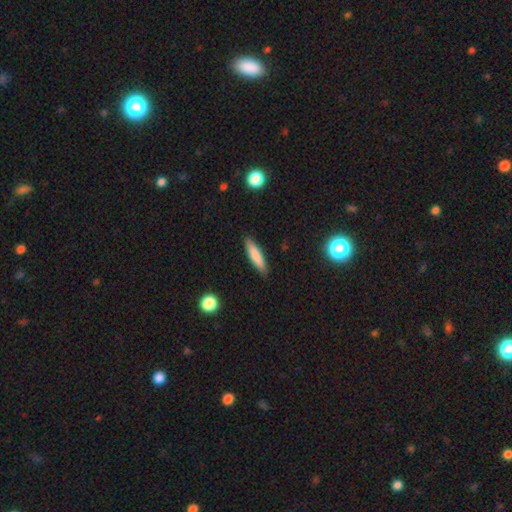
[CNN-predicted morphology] A smooth galaxy with no disk features (80%) that is cigar-shaped (78%). Merging: none (89%).